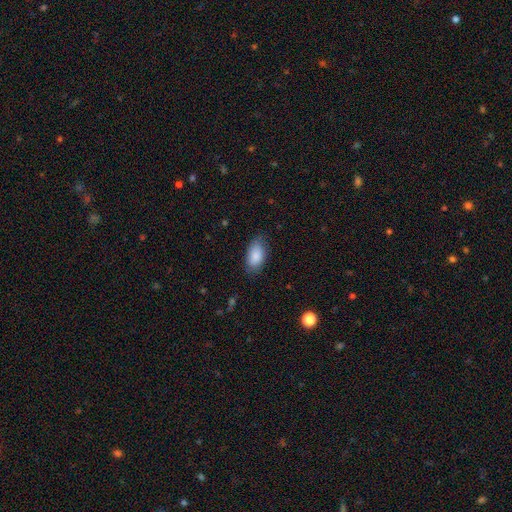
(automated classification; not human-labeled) Smooth or featured? smooth (87%)
How rounded? in between (93%)
Merging? none (76%)